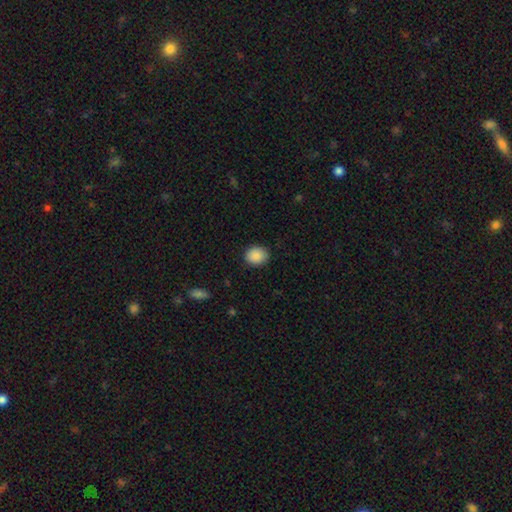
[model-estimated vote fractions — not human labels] A smooth galaxy with no disk features (89%) that is round (66%).

Vote fractions:
- Smooth or featured? smooth: 89% / star or artifact: 8% / featured or disk: 3%
- How rounded? round: 66% / in between: 33% / cigar-shaped: 1%
- Merging? none: 89% / minor disturbance: 8% / major disturbance: 2% / merger: 1%